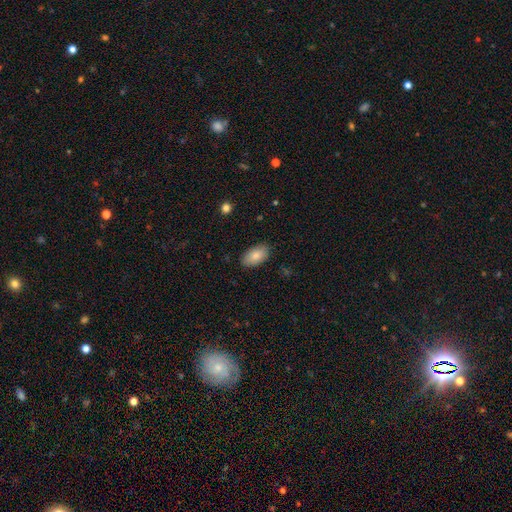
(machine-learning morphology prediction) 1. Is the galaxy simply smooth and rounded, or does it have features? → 84% smooth, 10% featured or disk, 6% star or artifact.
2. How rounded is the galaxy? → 95% in between, 4% round, 2% cigar-shaped.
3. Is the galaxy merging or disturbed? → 86% none, 11% minor disturbance, 2% major disturbance, 1% merger.